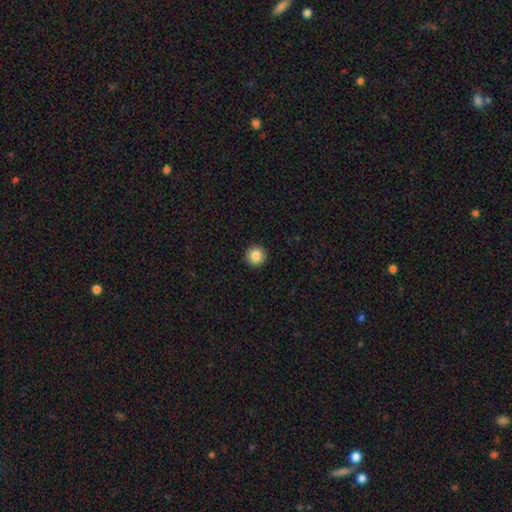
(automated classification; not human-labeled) Overall: smooth (85%). How rounded: round (96%). Merging: none (93%).